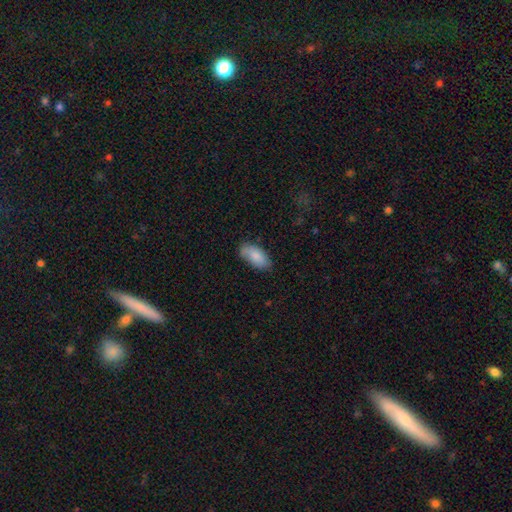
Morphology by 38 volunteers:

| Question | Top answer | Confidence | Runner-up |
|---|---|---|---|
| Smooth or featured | smooth | 89% | featured or disk (8%) |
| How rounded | in between | 94% | round (3%) |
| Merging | none | 70% | minor disturbance (22%) |